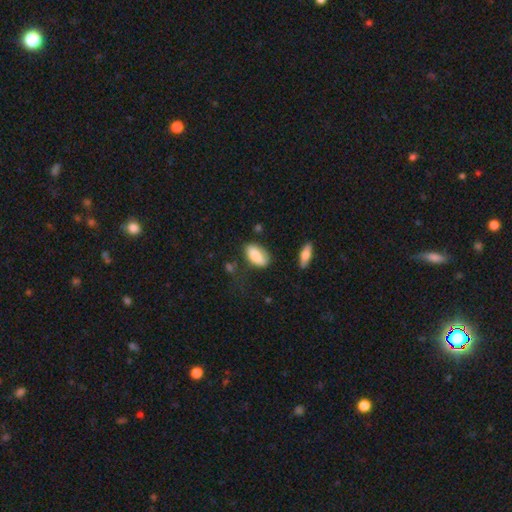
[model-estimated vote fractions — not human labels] Smooth or featured: smooth — 85% (featured or disk — 8%)
How rounded: in between — 91% (cigar-shaped — 6%)
Merging: none — 63% (minor disturbance — 25%)